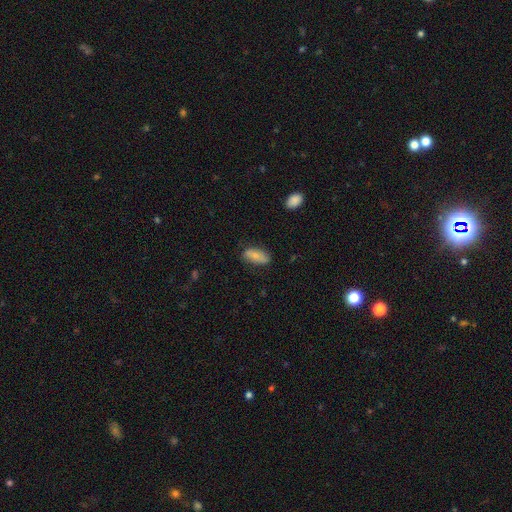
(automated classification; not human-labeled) Morphology: type=smooth (68%); roundness=in between (83%); merging=none (71%).